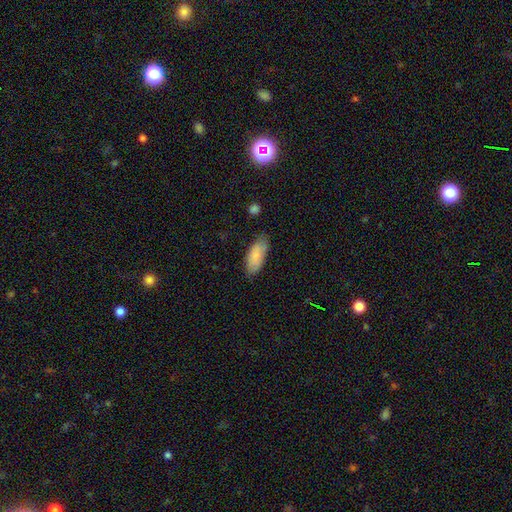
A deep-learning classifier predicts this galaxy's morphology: A smooth galaxy with no disk features (82%) that is in between round and cigar-shaped (86%).

Vote fractions:
- Smooth or featured? smooth: 82% / featured or disk: 12% / star or artifact: 6%
- How rounded? in between: 86% / cigar-shaped: 12% / round: 2%
- Merging? none: 71% / minor disturbance: 23% / major disturbance: 4% / merger: 2%